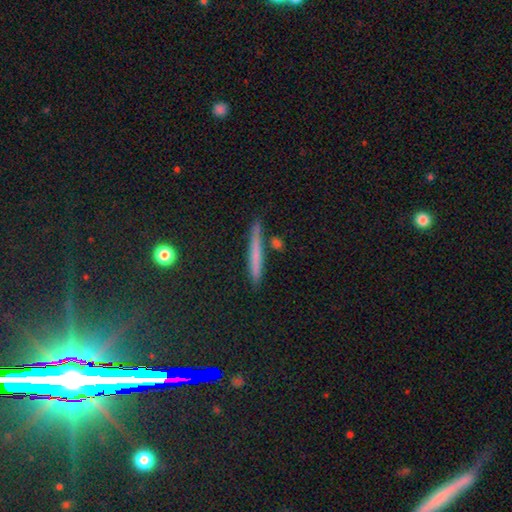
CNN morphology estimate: smooth_or_featured: smooth (p=0.60) [alt: featured or disk p=0.29]
how_rounded: cigar-shaped (p=0.95) [alt: in between p=0.03]
merging: none (p=0.80) [alt: minor disturbance p=0.13]